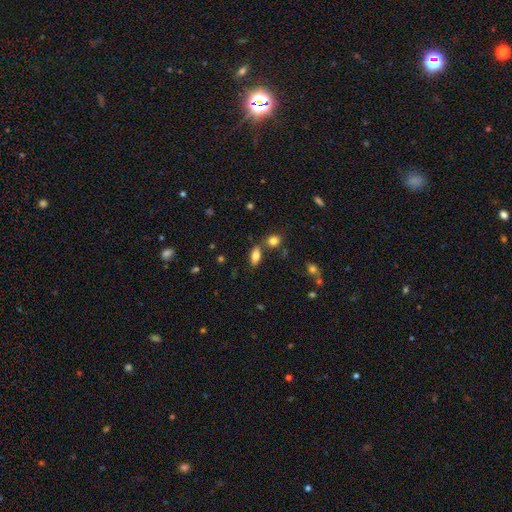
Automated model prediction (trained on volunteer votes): Smooth or featured? smooth (82%)
How rounded? in between (87%)
Merging? none (73%)